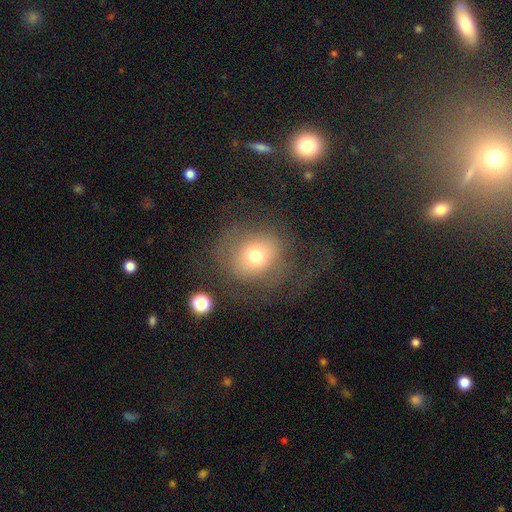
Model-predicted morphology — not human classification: type=smooth (64%); roundness=round (77%); merging=none (47%).